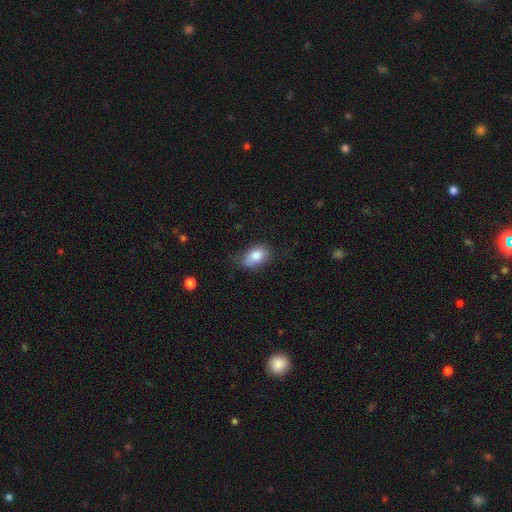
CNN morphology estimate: Smooth or featured?
  - smooth: 82% *
  - featured or disk: 11%
  - star or artifact: 8%
How rounded?
  - in between: 87% *
  - round: 11%
  - cigar-shaped: 2%
Merging?
  - none: 64% *
  - minor disturbance: 27%
  - major disturbance: 7%
  - merger: 2%